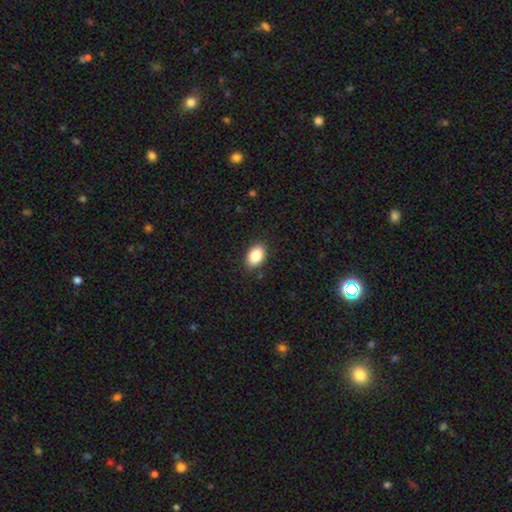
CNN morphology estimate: Q: Smooth or featured?
A: smooth (86%); runner-up: star or artifact (8%)
Q: How rounded?
A: in between (87%); runner-up: round (12%)
Q: Merging?
A: none (87%); runner-up: minor disturbance (10%)